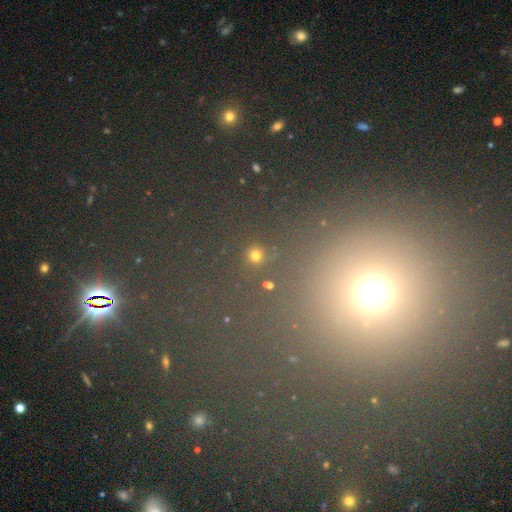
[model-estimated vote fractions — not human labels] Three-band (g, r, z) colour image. It shows a smooth galaxy with no disk features (61%) that is round (91%). Merging: none (82%).